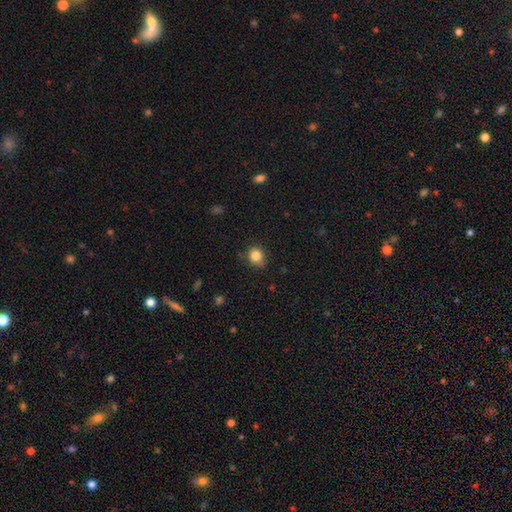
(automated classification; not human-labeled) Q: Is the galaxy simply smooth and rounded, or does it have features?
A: smooth — 84%.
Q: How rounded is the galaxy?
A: round — 73%.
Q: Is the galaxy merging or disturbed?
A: none — 76%.